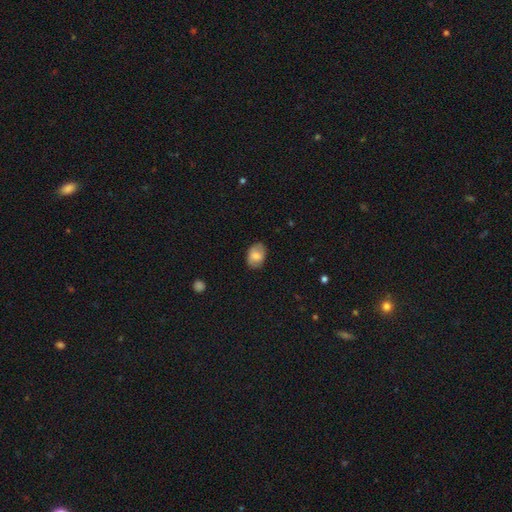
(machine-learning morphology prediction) Smooth or featured? smooth (71%)
How rounded? in between (78%)
Merging? none (80%)